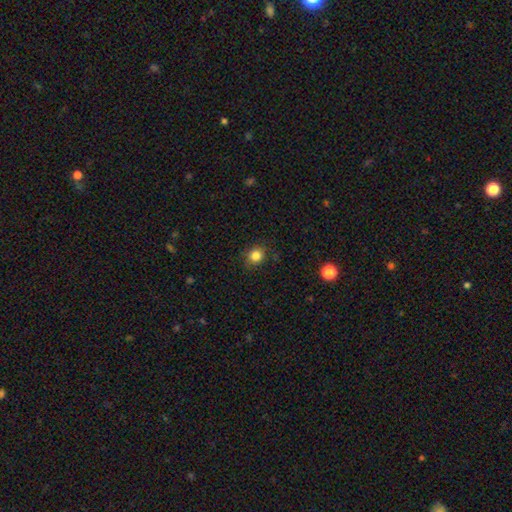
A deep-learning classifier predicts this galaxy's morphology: smooth_or_featured: smooth (p=0.84) [alt: star or artifact p=0.12]
how_rounded: round (p=0.81) [alt: in between p=0.18]
merging: none (p=0.85) [alt: minor disturbance p=0.11]